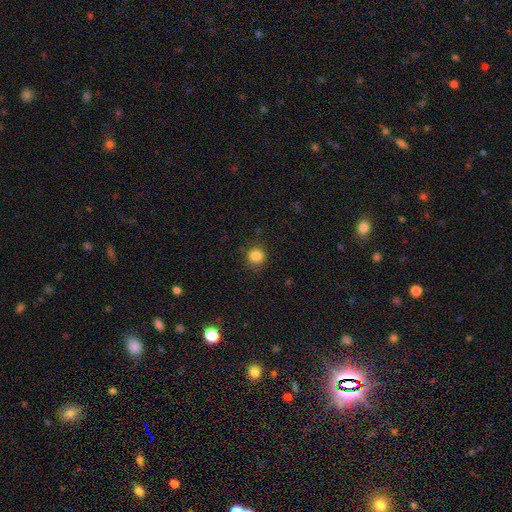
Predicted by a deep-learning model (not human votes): smooth_or_featured: smooth (p=0.84) [alt: star or artifact p=0.12]
how_rounded: round (p=0.73) [alt: in between p=0.26]
merging: none (p=0.75) [alt: minor disturbance p=0.17]